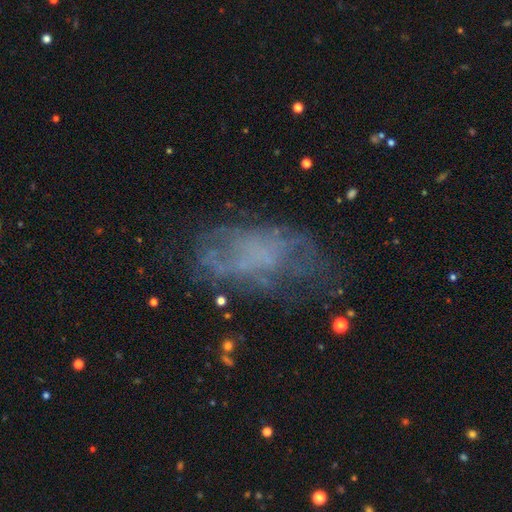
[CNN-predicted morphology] Smooth or featured? featured or disk (52%)
Edge-on disk? no (95%)
Merging? none (43%)